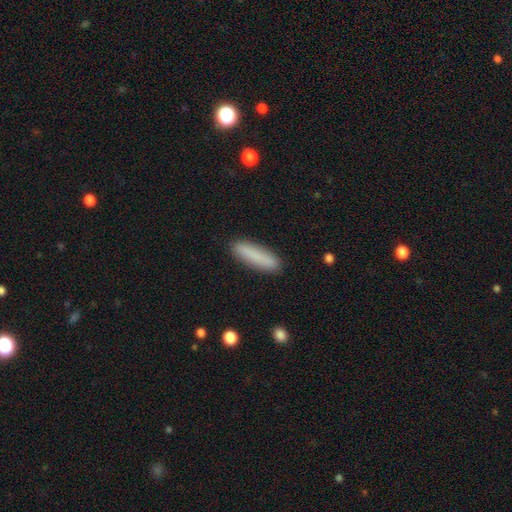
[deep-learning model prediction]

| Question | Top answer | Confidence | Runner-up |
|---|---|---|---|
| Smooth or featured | smooth | 85% | featured or disk (8%) |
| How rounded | cigar-shaped | 79% | in between (19%) |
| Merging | none | 89% | minor disturbance (8%) |